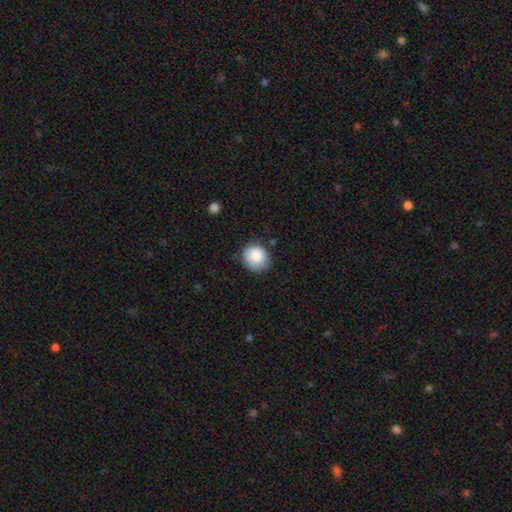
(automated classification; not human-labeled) A smooth galaxy with no disk features (87%) that is round (83%). Merging: none (77%).